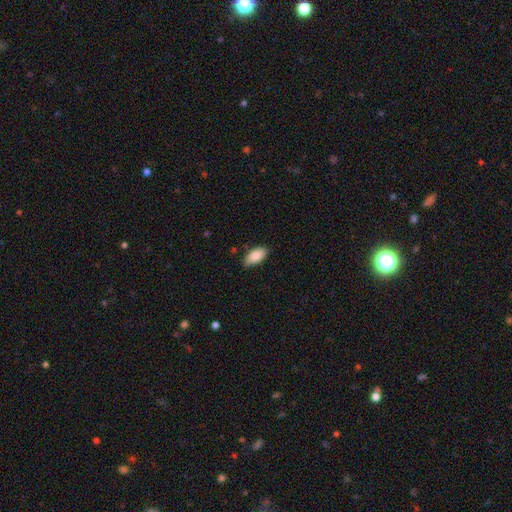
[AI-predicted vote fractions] smooth_or_featured: smooth (p=0.86) [alt: featured or disk p=0.08]
how_rounded: in between (p=0.93) [alt: cigar-shaped p=0.04]
merging: none (p=0.71) [alt: minor disturbance p=0.25]